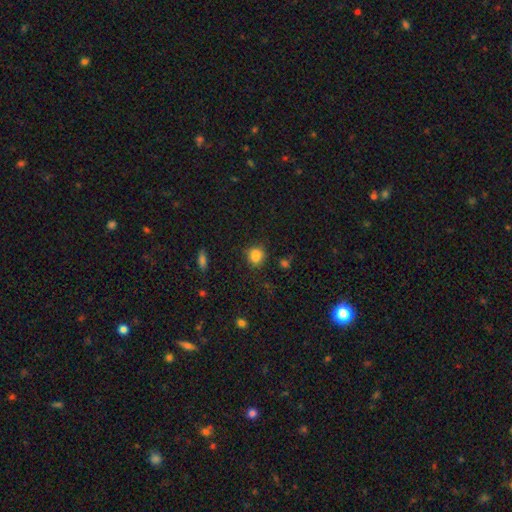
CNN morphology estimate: smooth_or_featured: smooth (p=0.83) [alt: star or artifact p=0.12]
how_rounded: round (p=0.79) [alt: in between p=0.19]
merging: none (p=0.74) [alt: minor disturbance p=0.16]